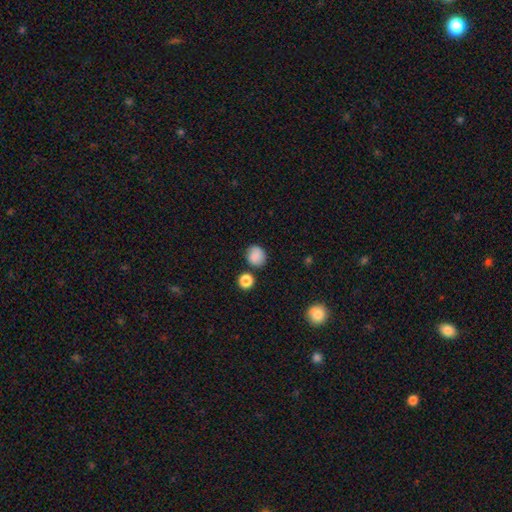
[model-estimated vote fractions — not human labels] Smooth or featured? smooth (85%)
How rounded? round (77%)
Merging? none (77%)